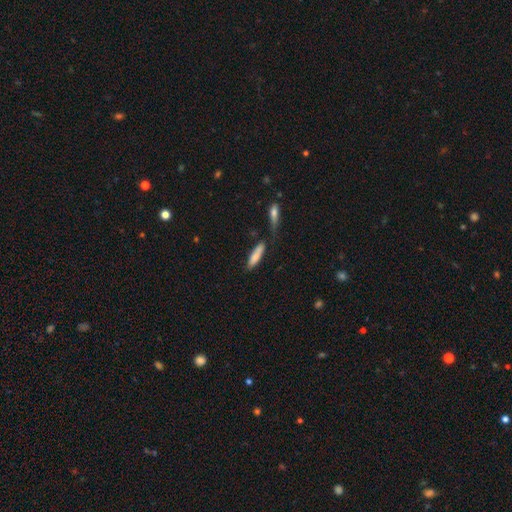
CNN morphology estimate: The model was most divided on "how rounded": cigar-shaped: 67%, in between: 31%, round: 2%. More confident: smooth or featured — smooth (79%); merging — none (58%).